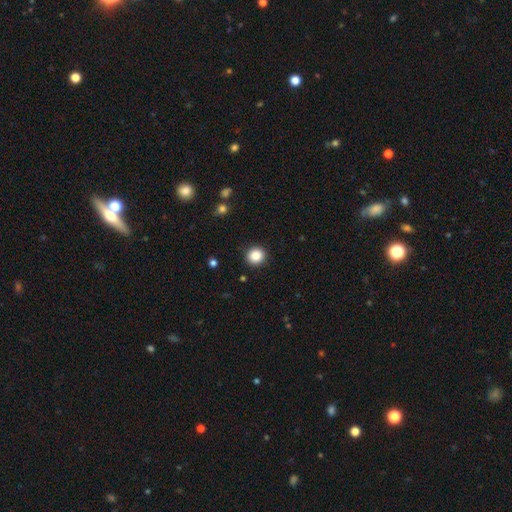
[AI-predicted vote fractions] smooth_or_featured: smooth (p=0.86) [alt: star or artifact p=0.10]
how_rounded: round (p=0.91) [alt: in between p=0.08]
merging: none (p=0.92) [alt: minor disturbance p=0.05]